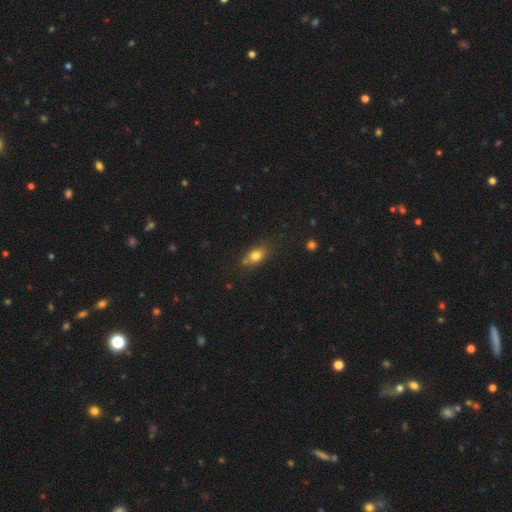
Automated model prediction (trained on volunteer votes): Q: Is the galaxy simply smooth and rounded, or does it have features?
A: smooth — 78%.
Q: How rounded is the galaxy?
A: in between — 75%.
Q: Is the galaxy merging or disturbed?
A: none — 71%.